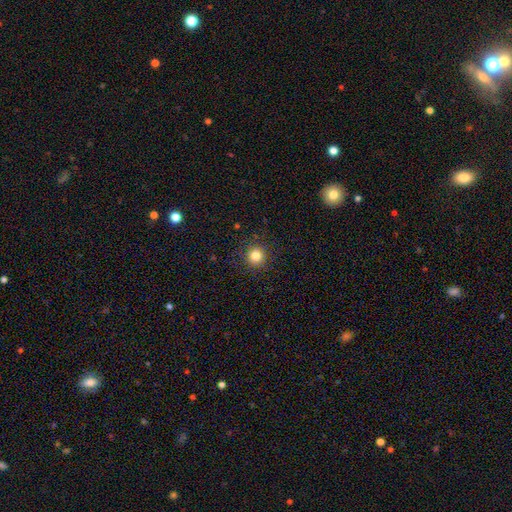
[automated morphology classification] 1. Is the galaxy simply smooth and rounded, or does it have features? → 82% smooth, 13% star or artifact, 5% featured or disk.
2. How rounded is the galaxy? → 94% round, 5% in between, 1% cigar-shaped.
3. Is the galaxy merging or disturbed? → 90% none, 6% minor disturbance, 2% major disturbance, 1% merger.